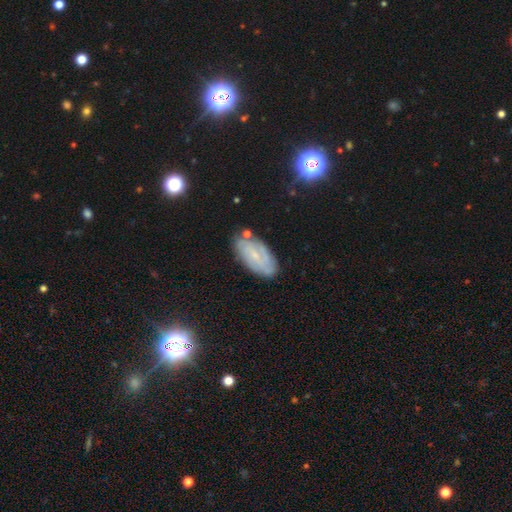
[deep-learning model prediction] This appears to be a featured or disk galaxy (57%) with no bar (51%), spiral arms (77%) and a small central bulge (74%). Merging: none (76%).